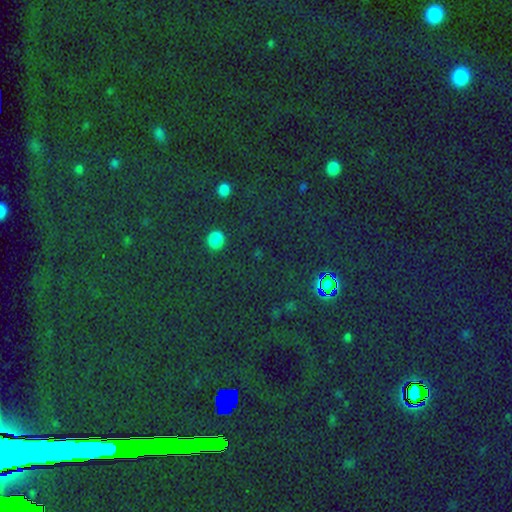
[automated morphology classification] This is likely a star or artifact rather than a galaxy (78%).